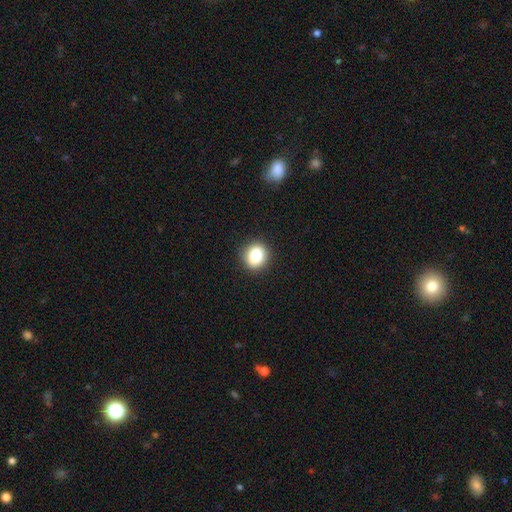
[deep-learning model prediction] The model was most divided on "how rounded": round: 72%, in between: 27%, cigar-shaped: 1%. More confident: merging — none (90%); smooth or featured — smooth (85%).